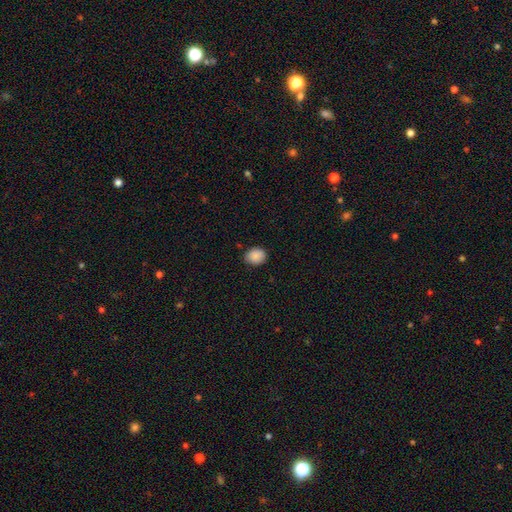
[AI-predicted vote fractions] Smooth or featured? Predicted: smooth (p=0.88). How rounded? Predicted: round (p=0.51). Merging? Predicted: none (p=0.84).